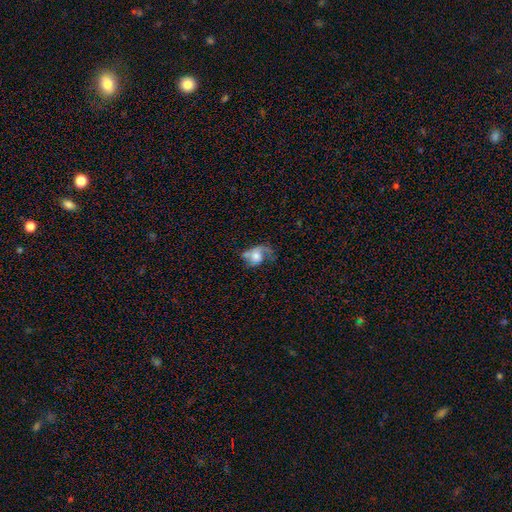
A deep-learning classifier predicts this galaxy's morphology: Q: Smooth or featured?
A: featured or disk (56%); runner-up: smooth (35%)
Q: Edge-on disk?
A: no (96%); runner-up: yes (4%)
Q: Bar?
A: no (77%); runner-up: weak (19%)
Q: Spiral arms?
A: yes (74%); runner-up: no (26%)
Q: Bulge size?
A: moderate (46%); runner-up: large (23%)
Q: Merging?
A: major disturbance (37%); runner-up: none (30%)